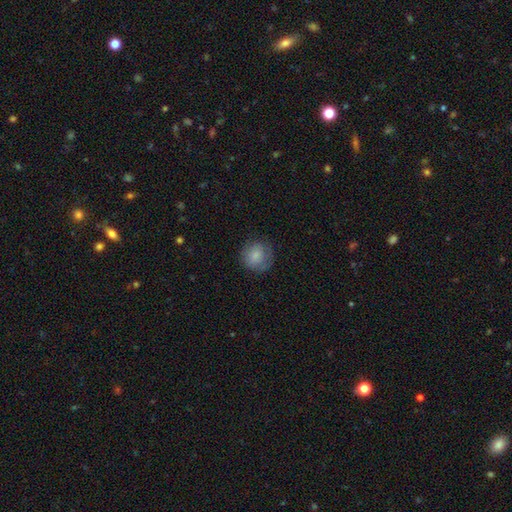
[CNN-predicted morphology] Smooth or featured? smooth (78%)
How rounded? round (87%)
Merging? none (75%)